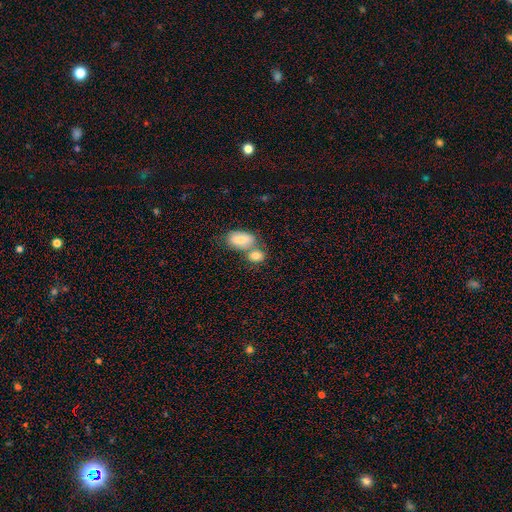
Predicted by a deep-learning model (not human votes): The model was most divided on "merging": merger: 48%, none: 39%, minor disturbance: 9%, major disturbance: 4%. More confident: smooth or featured — smooth (81%); how rounded — in between (62%).